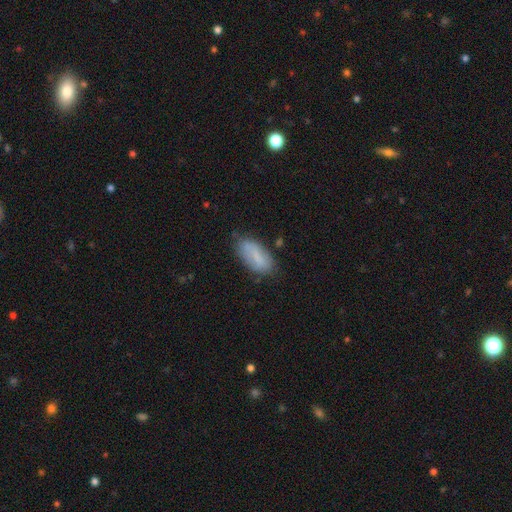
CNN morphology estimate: smooth_or_featured: smooth (p=0.70) [alt: featured or disk p=0.22]
how_rounded: in between (p=0.88) [alt: cigar-shaped p=0.09]
merging: none (p=0.68) [alt: minor disturbance p=0.22]